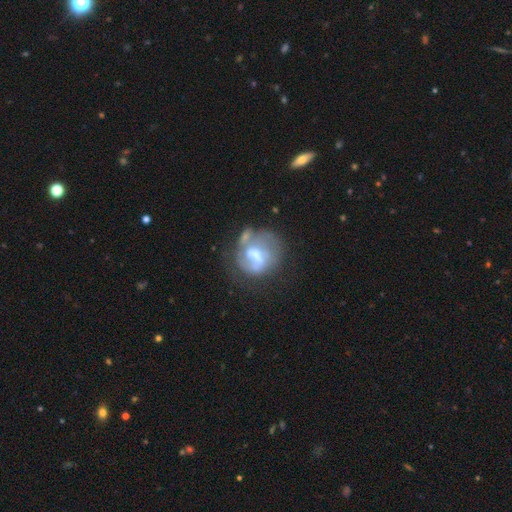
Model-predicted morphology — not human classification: The model was most divided on "bar": weak: 39%, no: 37%, strong: 24%. Remaining: edge-on disk — no (97%); spiral arms — no (66%); smooth or featured — featured or disk (58%); bulge size — moderate (45%); merging — none (36%).